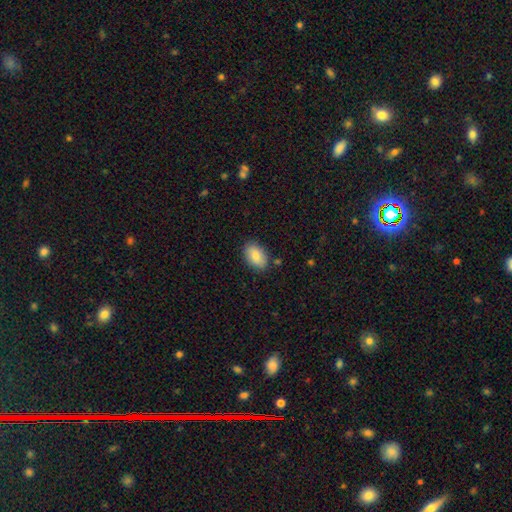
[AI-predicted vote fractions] smooth-or-featured: smooth: 82% | featured or disk: 10% | star or artifact: 7%
  how-rounded: in between: 90% | round: 9% | cigar-shaped: 1%
  merging: none: 83% | minor disturbance: 12% | major disturbance: 3% | merger: 2%